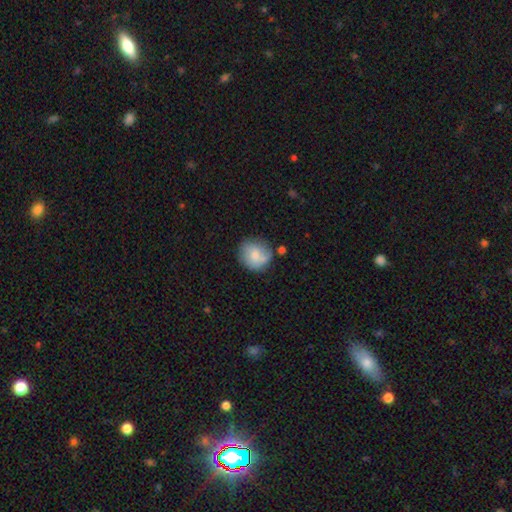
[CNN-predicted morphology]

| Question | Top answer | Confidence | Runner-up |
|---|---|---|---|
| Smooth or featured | smooth | 71% | featured or disk (21%) |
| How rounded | round | 85% | in between (14%) |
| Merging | none | 62% | minor disturbance (22%) |